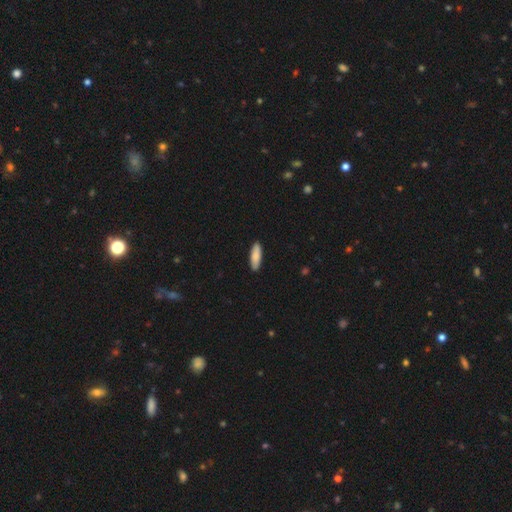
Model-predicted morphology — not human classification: smooth 86%, featured or disk 9%, star or artifact 5%. Down the decision tree: how rounded — in between (53%); merging — none (90%).